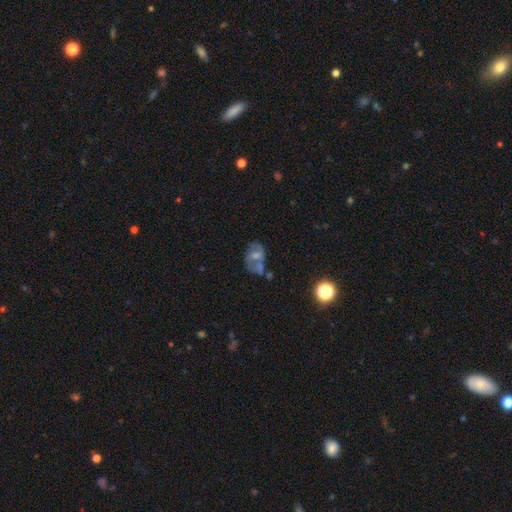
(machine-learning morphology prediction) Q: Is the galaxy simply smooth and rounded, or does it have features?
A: featured or disk — 54%.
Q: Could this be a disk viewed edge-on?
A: no — 96%.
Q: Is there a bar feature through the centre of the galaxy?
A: no — 47%.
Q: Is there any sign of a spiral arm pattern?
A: yes — 59%.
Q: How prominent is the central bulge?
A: moderate — 44%.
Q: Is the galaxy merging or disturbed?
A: none — 49%.